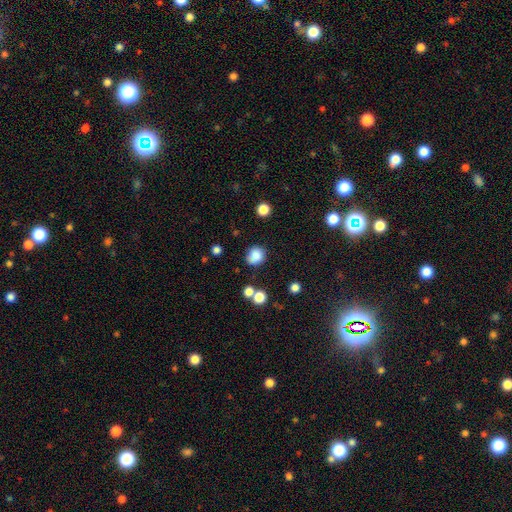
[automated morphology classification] Overall: smooth (83%). How rounded: round (77%). Merging: none (70%).